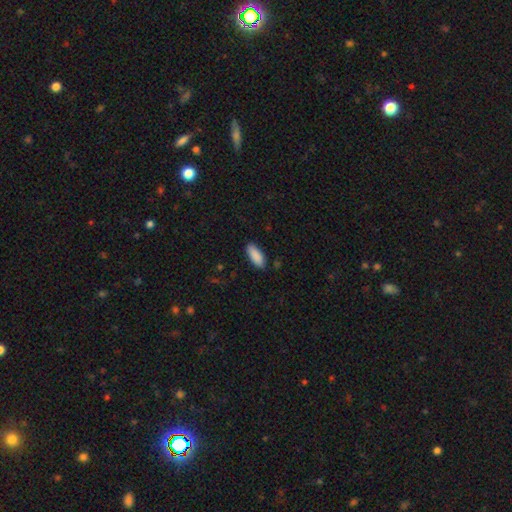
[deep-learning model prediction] The model was most divided on "how rounded": in between: 82%, cigar-shaped: 16%, round: 2%. More confident: smooth or featured — smooth (90%); merging — none (85%).